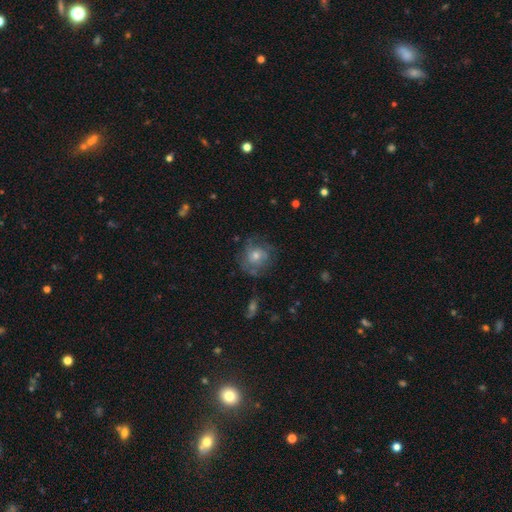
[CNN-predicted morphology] Smooth or featured? Predicted: featured or disk (p=0.56). Edge-on disk? Predicted: no (p=0.96). Bar? Predicted: no (p=0.79). Spiral arms? Predicted: yes (p=0.75). Bulge size? Predicted: moderate (p=0.56). Merging? Predicted: none (p=0.69).